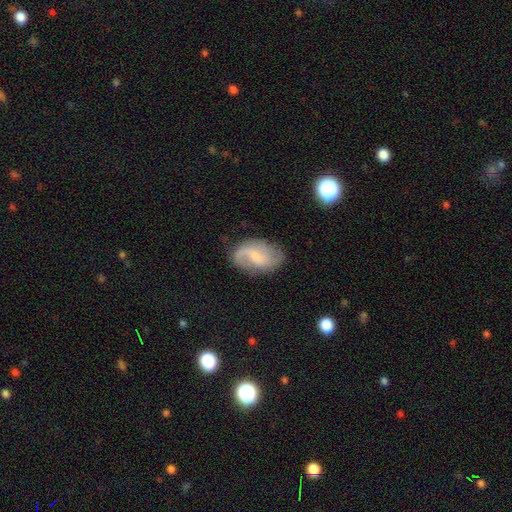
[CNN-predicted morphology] A featured or disk galaxy (73%) with a weak bar (54%), 2 (73%) loose (52%) spiral arms (94%) and a small central bulge (49%). Merging: none (69%).